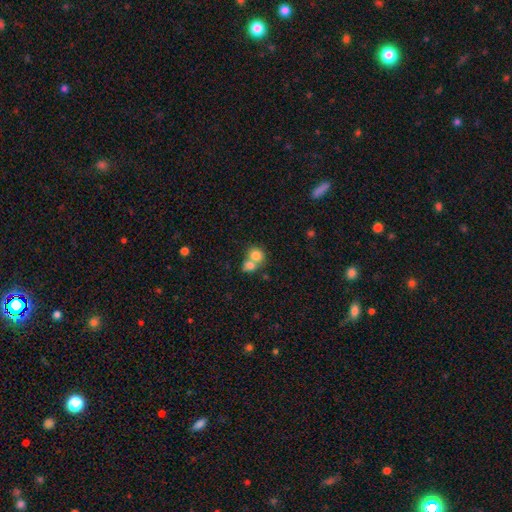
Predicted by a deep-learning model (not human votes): This is likely a smooth galaxy (79%). How rounded: likely round (66%). Merging: likely merger (63%).